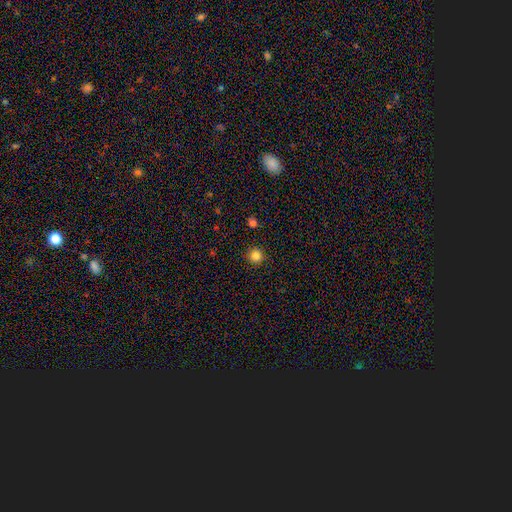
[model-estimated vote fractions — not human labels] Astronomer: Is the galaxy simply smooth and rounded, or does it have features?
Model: smooth — 84%.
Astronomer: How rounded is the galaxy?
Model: round — 95%.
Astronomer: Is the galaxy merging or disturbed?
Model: none — 93%.